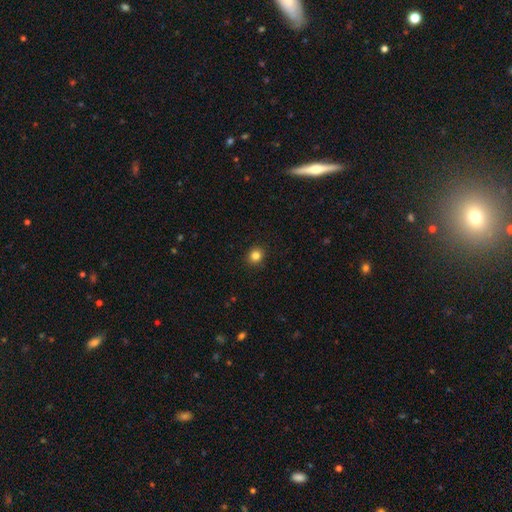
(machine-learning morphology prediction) The model was most divided on "how rounded": round: 82%, in between: 17%, cigar-shaped: 1%. More confident: merging — none (92%); smooth or featured — smooth (84%).